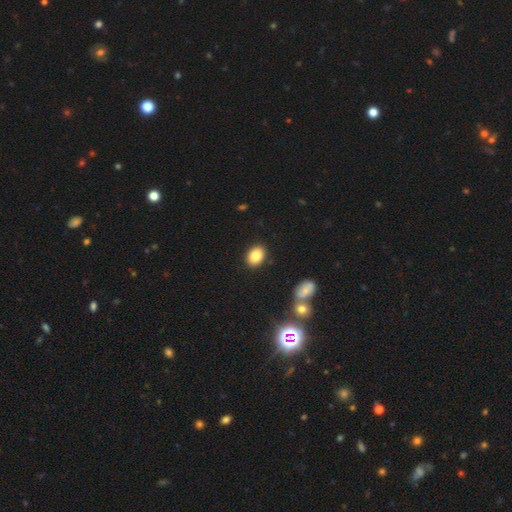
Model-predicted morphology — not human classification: A smooth galaxy with no disk features (84%) that is in between round and cigar-shaped (69%). Merging: none (88%).